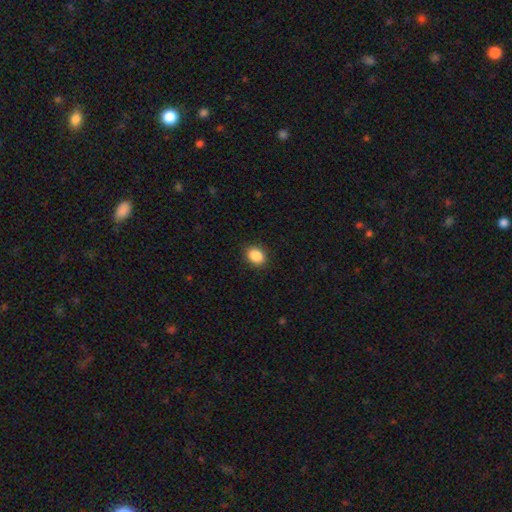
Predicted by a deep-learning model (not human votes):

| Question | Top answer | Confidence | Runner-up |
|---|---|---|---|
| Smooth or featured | smooth | 88% | star or artifact (9%) |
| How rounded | in between | 67% | round (32%) |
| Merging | none | 89% | minor disturbance (8%) |